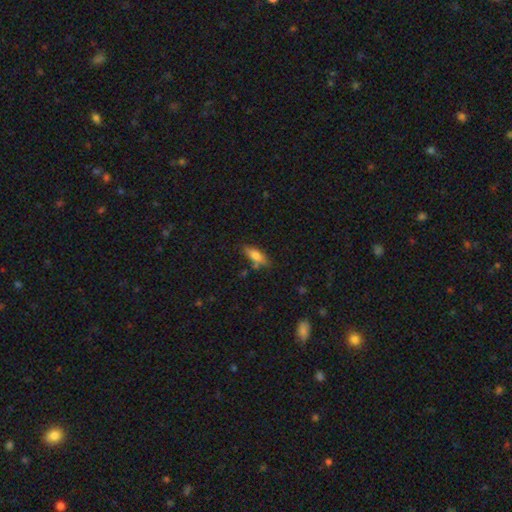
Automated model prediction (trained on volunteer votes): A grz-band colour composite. It shows a smooth galaxy with no disk features (70%) that is in between round and cigar-shaped (59%). Merging: none (69%).